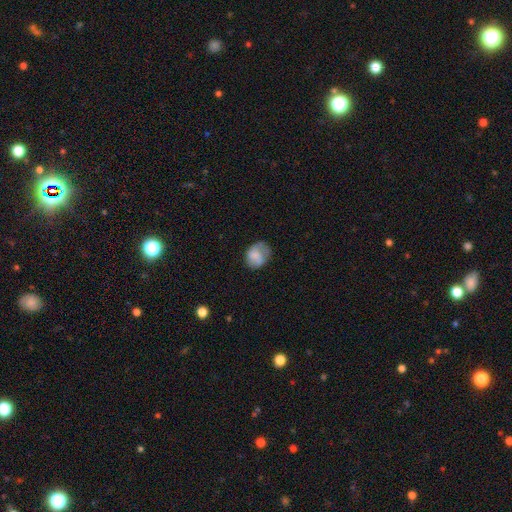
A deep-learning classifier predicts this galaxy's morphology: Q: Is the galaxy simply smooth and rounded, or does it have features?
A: smooth — 68%.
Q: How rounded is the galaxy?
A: round — 51%.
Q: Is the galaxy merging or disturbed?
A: none — 54%.